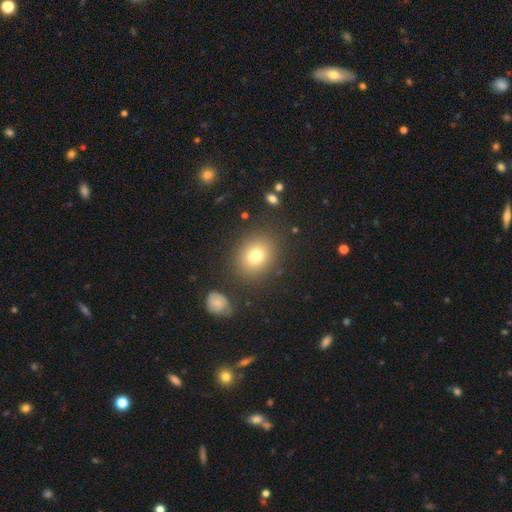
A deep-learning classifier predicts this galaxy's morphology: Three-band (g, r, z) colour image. It shows a smooth galaxy with no disk features (76%) that is round (62%). Merging: none (84%).